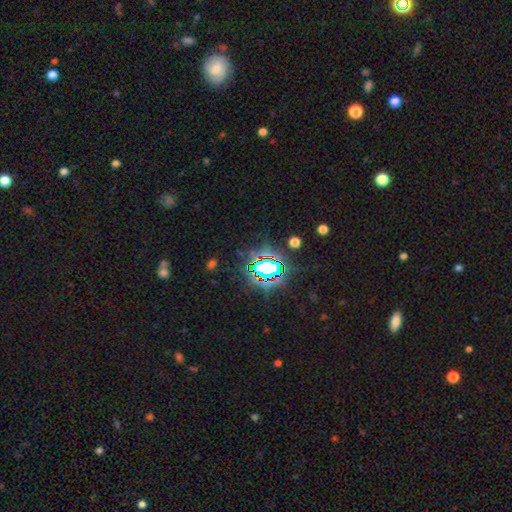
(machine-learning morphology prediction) Overall: star or artifact (80%).